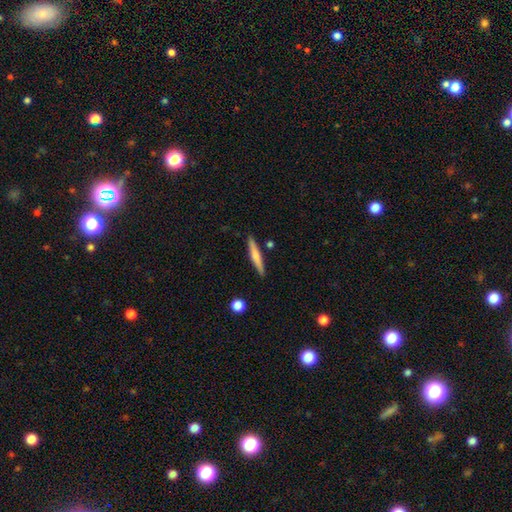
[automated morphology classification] smooth 59%, featured or disk 36%, star or artifact 5%. Down the decision tree: how rounded — cigar-shaped (93%); merging — none (87%).